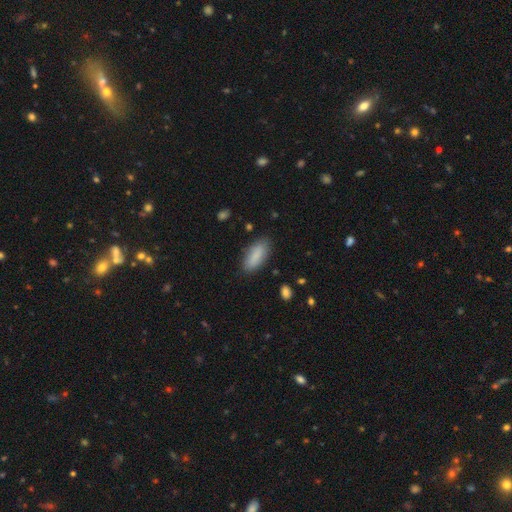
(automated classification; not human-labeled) Smooth or featured: smooth — 86% (featured or disk — 7%)
How rounded: in between — 83% (cigar-shaped — 15%)
Merging: none — 82% (minor disturbance — 14%)